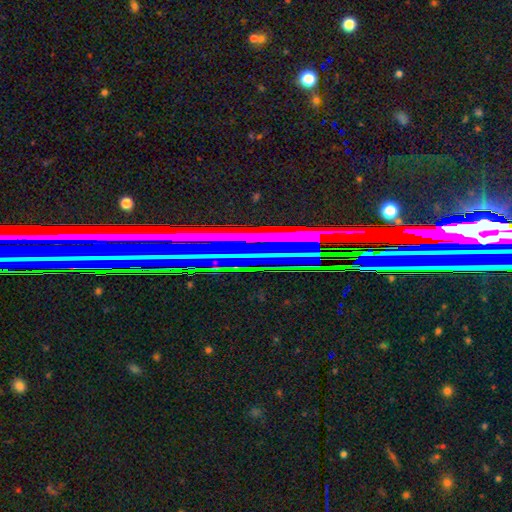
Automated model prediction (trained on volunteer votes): A star or artifact, not a galaxy (64%).

Vote fractions:
- Smooth or featured? star or artifact: 64% / featured or disk: 23% / smooth: 13%